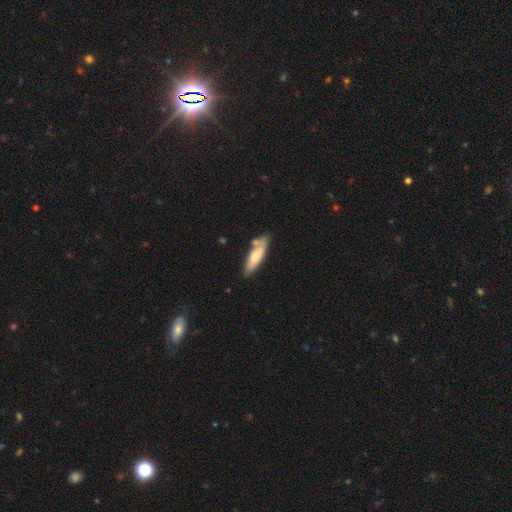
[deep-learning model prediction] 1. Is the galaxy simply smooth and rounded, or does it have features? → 69% smooth, 25% featured or disk, 6% star or artifact.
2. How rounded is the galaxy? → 63% cigar-shaped, 36% in between, 1% round.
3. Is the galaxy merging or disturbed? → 64% none, 21% minor disturbance, 10% merger, 5% major disturbance.